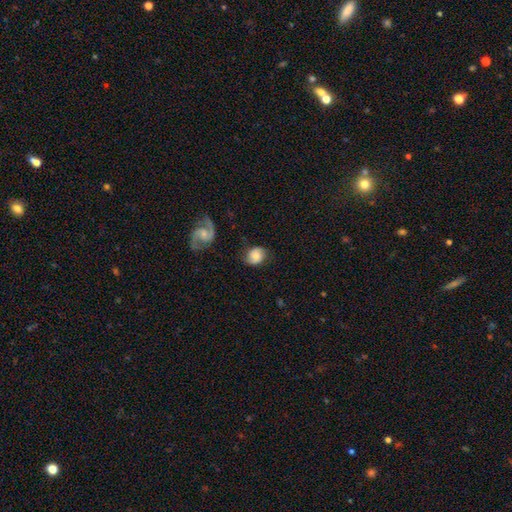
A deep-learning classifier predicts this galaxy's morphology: A featured or disk galaxy (48%).

Vote fractions:
- Smooth or featured? featured or disk: 48% / smooth: 44% / star or artifact: 8%
- Merging? none: 73% / minor disturbance: 18% / major disturbance: 6% / merger: 4%